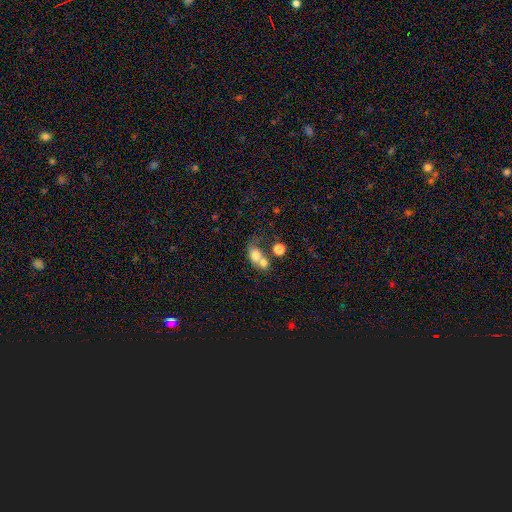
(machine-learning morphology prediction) The model was most divided on "how rounded": in between: 51%, round: 48%, cigar-shaped: 2%. More confident: smooth or featured — smooth (71%); merging — merger (59%).